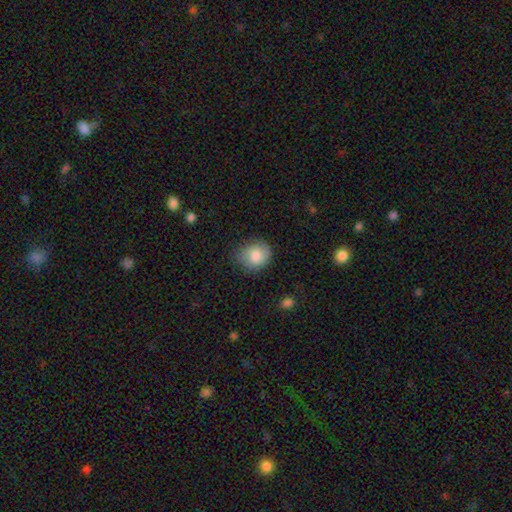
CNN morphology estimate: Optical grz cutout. It shows a smooth galaxy with no disk features (83%) that is round (73%). Merging: none (71%).